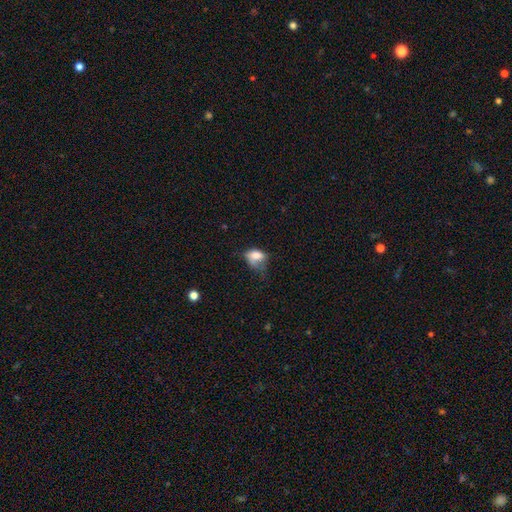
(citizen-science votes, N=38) smooth-or-featured: smooth: 84% | featured or disk: 16% | star or artifact: 0%
  how-rounded: in between: 91% | round: 6% | cigar-shaped: 3%
  merging: major disturbance: 55% | minor disturbance: 32% | none: 13% | merger: 0%